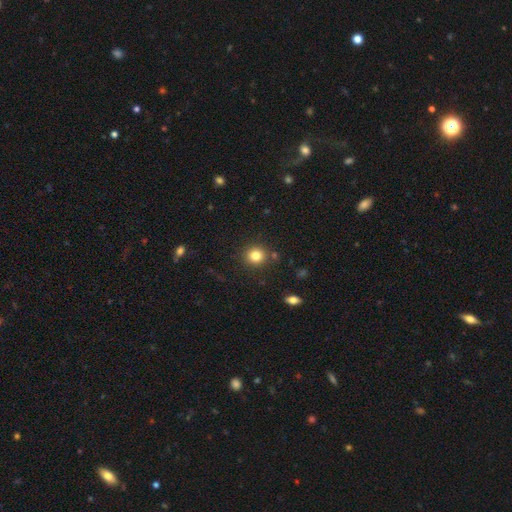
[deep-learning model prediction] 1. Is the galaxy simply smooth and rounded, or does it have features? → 82% smooth, 12% star or artifact, 6% featured or disk.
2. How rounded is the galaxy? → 87% round, 12% in between, 1% cigar-shaped.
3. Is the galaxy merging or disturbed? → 86% none, 7% minor disturbance, 4% merger, 2% major disturbance.